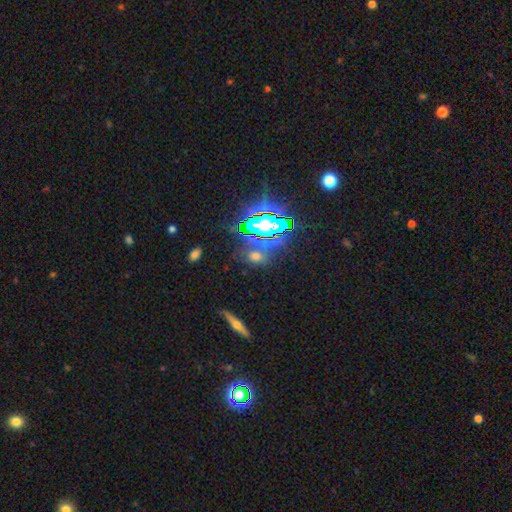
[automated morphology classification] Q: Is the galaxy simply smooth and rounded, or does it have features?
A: star or artifact — 48%.